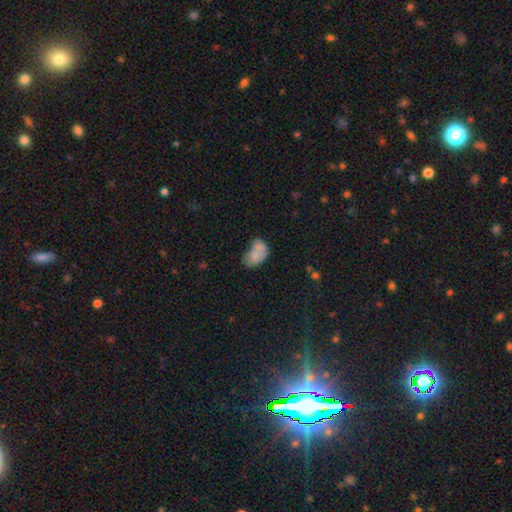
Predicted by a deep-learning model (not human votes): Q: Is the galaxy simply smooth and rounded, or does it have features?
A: smooth — 70%.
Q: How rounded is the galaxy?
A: in between — 84%.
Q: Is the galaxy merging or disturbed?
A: merger — 38%.